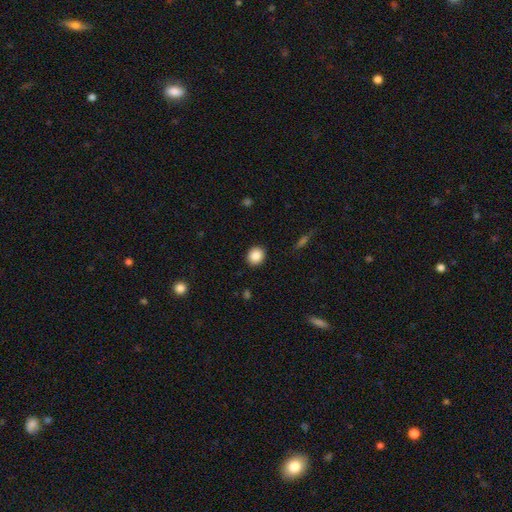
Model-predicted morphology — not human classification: This is clearly a smooth galaxy (87%). How rounded: clearly round (81%). Merging: clearly none (90%).